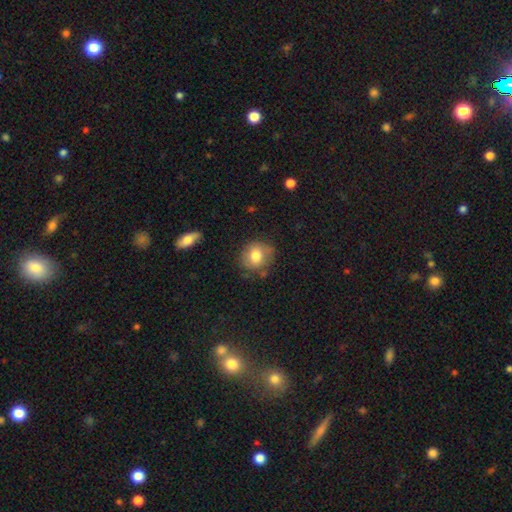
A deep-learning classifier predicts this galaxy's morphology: smooth_or_featured: smooth (p=0.76) [alt: featured or disk p=0.15]
how_rounded: round (p=0.72) [alt: in between p=0.27]
merging: none (p=0.74) [alt: minor disturbance p=0.18]